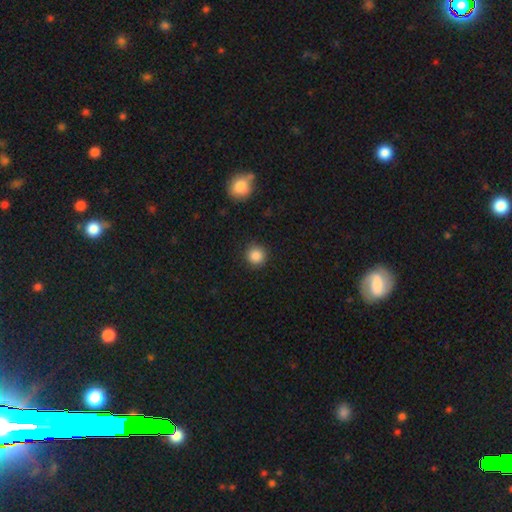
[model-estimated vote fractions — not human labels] Smooth or featured: smooth — 87% (star or artifact — 10%)
How rounded: round — 94% (in between — 5%)
Merging: none — 90% (minor disturbance — 7%)